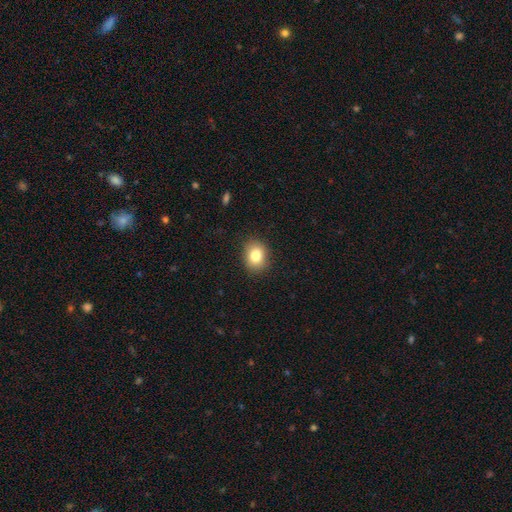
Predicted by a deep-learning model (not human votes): Morphology: type=smooth (82%); roundness=round (52%); merging=none (88%).